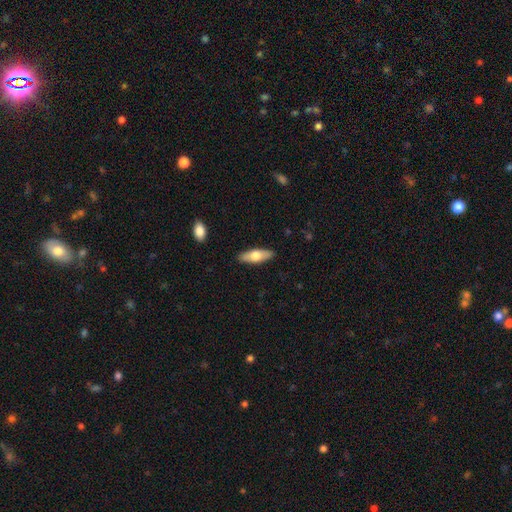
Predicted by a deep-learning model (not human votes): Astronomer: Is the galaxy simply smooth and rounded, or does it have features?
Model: smooth — 60%.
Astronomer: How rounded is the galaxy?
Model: in between — 58% (runner-up: cigar-shaped, 40%).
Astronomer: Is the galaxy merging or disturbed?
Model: none — 89%.